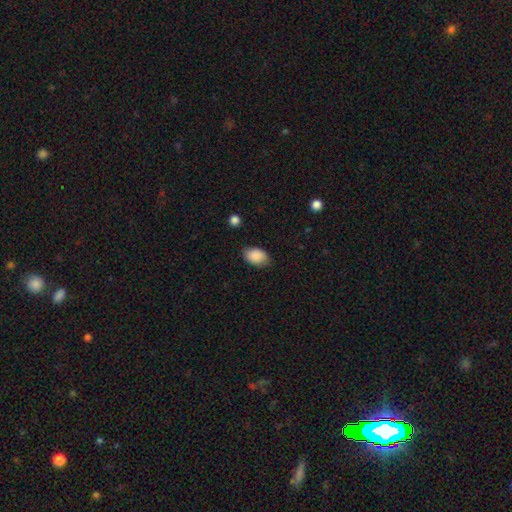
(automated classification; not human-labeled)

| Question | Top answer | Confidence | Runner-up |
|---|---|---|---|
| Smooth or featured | smooth | 89% | star or artifact (7%) |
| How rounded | in between | 87% | round (12%) |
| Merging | none | 80% | minor disturbance (16%) |